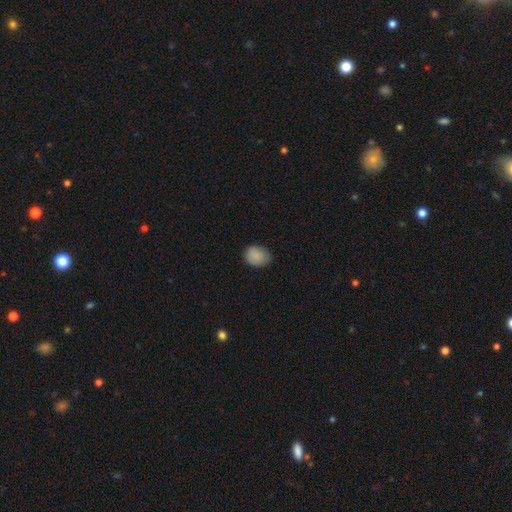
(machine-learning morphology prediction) Smooth or featured? smooth (87%)
How rounded? round (51%)
Merging? none (73%)